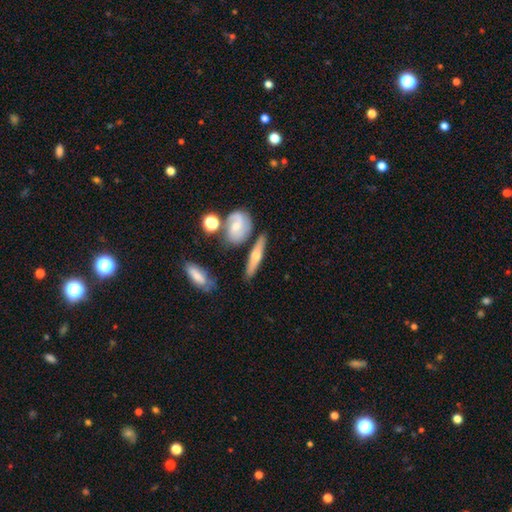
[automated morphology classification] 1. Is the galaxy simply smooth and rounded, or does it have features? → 52% featured or disk, 41% smooth, 6% star or artifact.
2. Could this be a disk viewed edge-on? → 86% yes, 14% no.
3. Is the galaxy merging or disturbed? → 75% none, 12% minor disturbance, 9% merger, 3% major disturbance.